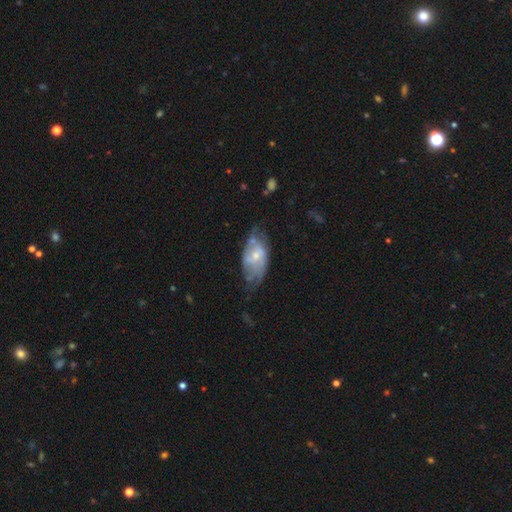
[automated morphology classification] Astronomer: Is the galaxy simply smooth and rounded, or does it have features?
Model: featured or disk — 61%.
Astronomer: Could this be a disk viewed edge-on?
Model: no — 93%.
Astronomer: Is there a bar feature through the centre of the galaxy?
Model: no — 61%.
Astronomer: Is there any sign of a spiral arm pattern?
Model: yes — 63%.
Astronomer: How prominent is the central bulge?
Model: small — 56% (runner-up: moderate, 38%).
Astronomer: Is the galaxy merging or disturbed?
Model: none — 43% (runner-up: minor disturbance, 31%).